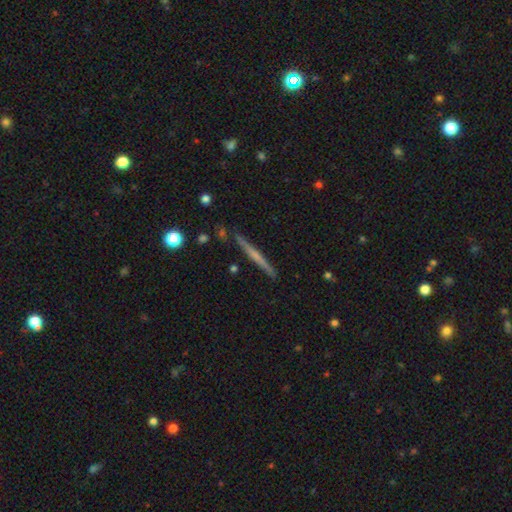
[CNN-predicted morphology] A featured or disk galaxy (58%) viewed edge-on (98%) with no central bulge (68%). Merging: none (89%).